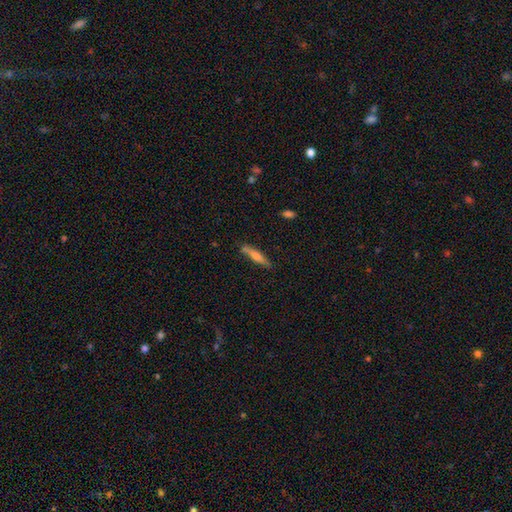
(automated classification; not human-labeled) A smooth galaxy with no disk features (51%) that is cigar-shaped (90%).

Vote fractions:
- Smooth or featured? smooth: 51% / featured or disk: 42% / star or artifact: 7%
- How rounded? cigar-shaped: 90% / in between: 8% / round: 2%
- Merging? none: 83% / minor disturbance: 12% / merger: 3% / major disturbance: 2%